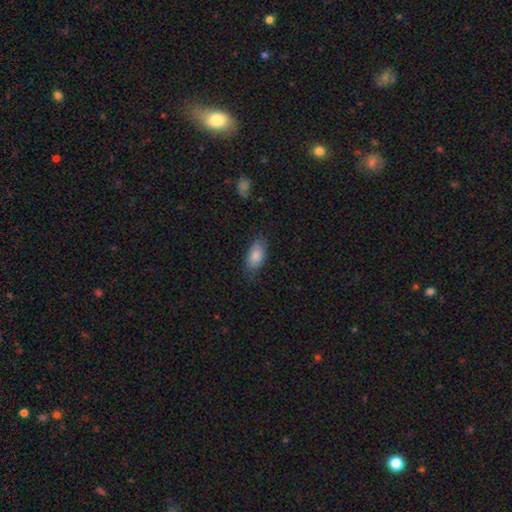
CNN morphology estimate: A smooth galaxy with no disk features (85%) that is in between round and cigar-shaped (92%). Merging: none (77%).